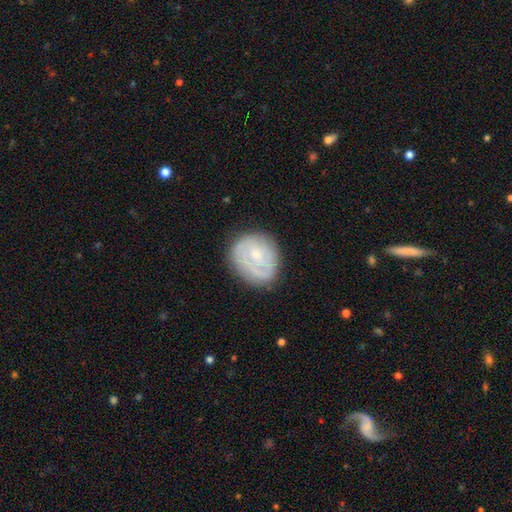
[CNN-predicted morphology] Smooth or featured? featured or disk (55%)
Edge-on disk? no (97%)
Bar? no (66%)
Spiral arms? yes (68%)
Bulge size? small (62%)
Merging? none (73%)